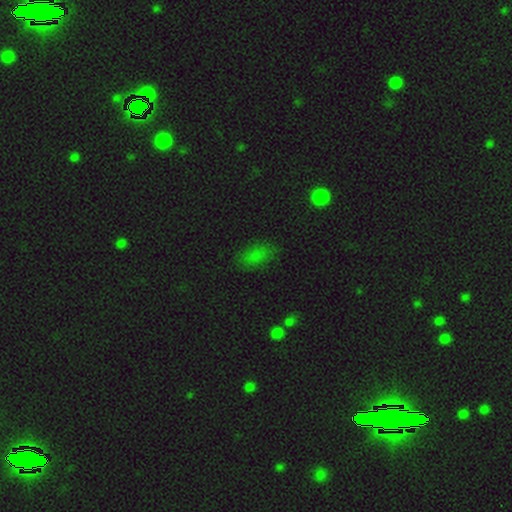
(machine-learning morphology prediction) A smooth galaxy with no disk features (75%) that is in between round and cigar-shaped (86%). Merging: none (76%).